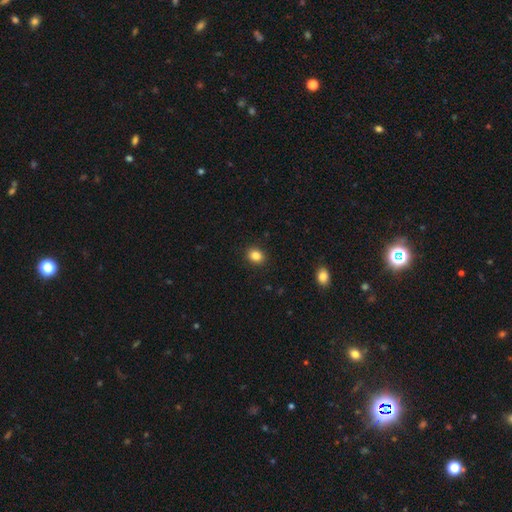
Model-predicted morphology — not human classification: Smooth or featured? Predicted: smooth (p=0.84). How rounded? Predicted: round (p=0.63). Merging? Predicted: none (p=0.91).